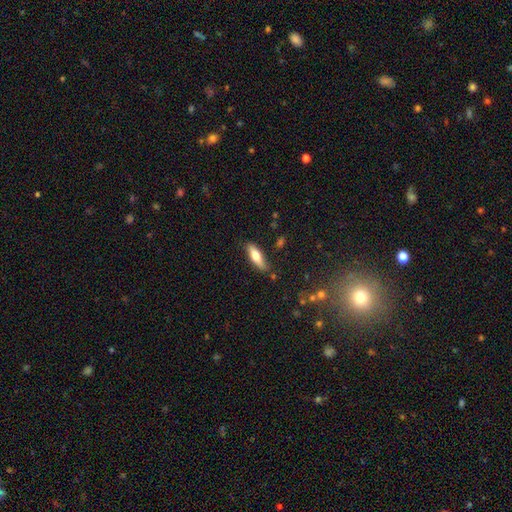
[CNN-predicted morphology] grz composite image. It shows a smooth galaxy with no disk features (64%) that is cigar-shaped (51%). Merging: none (83%).